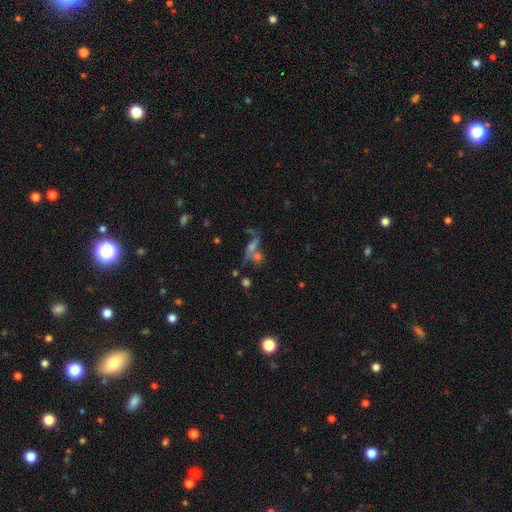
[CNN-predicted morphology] Smooth or featured?
  - smooth: 37% *
  - featured or disk: 32%
  - star or artifact: 32%
Merging?
  - merger: 40% *
  - none: 38%
  - major disturbance: 12%
  - minor disturbance: 10%